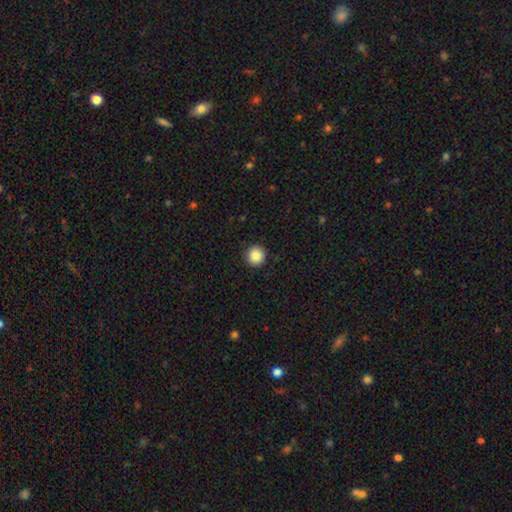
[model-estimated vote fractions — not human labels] smooth_or_featured: smooth (p=0.88) [alt: star or artifact p=0.09]
how_rounded: round (p=0.95) [alt: in between p=0.04]
merging: none (p=0.93) [alt: minor disturbance p=0.05]